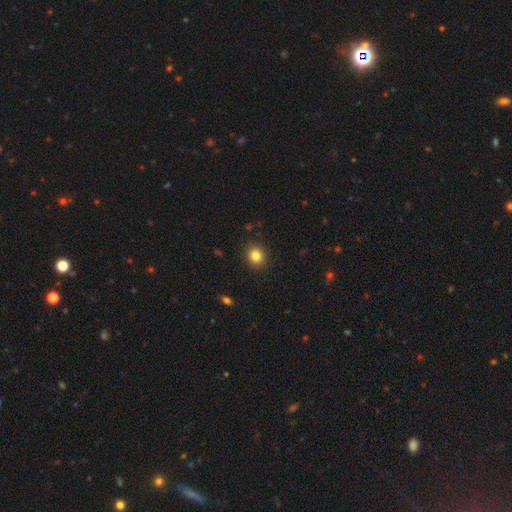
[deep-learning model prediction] The model was most divided on "how rounded": round: 79%, in between: 20%, cigar-shaped: 1%. More confident: merging — none (90%); smooth or featured — smooth (83%).